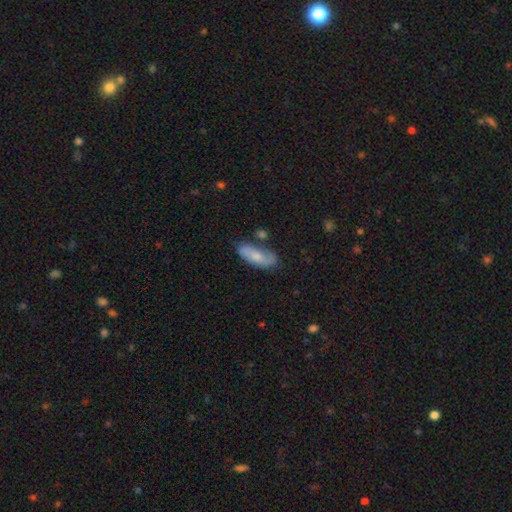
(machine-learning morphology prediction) A smooth galaxy with no disk features (58%) that is in between round and cigar-shaped (75%). Merging: none (58%).